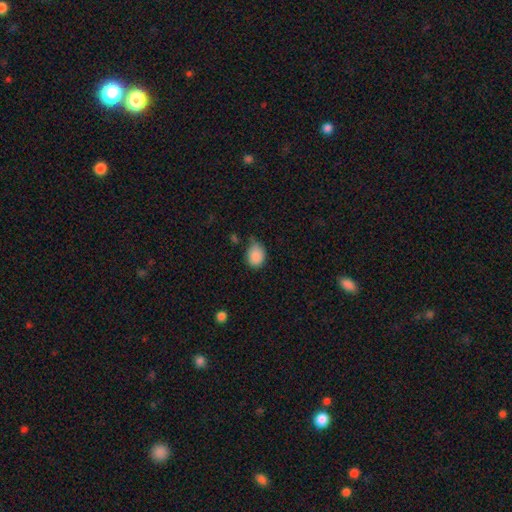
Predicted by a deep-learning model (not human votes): The model was most divided on "how rounded": in between: 57%, round: 42%, cigar-shaped: 1%. More confident: smooth or featured — smooth (88%); merging — none (52%).